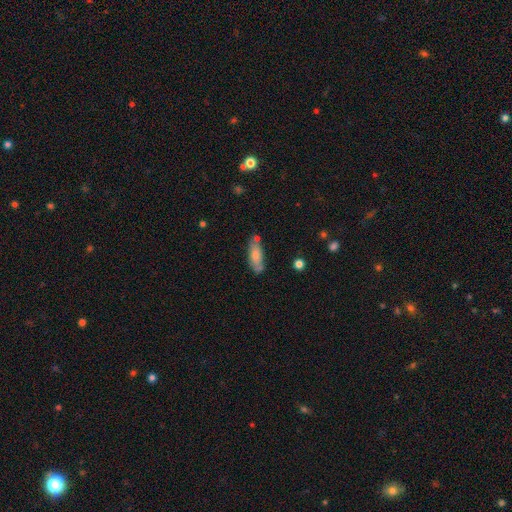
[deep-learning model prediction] Overall: smooth (72%). How rounded: in between (66%; cigar-shaped 32%). Merging: none (65%).